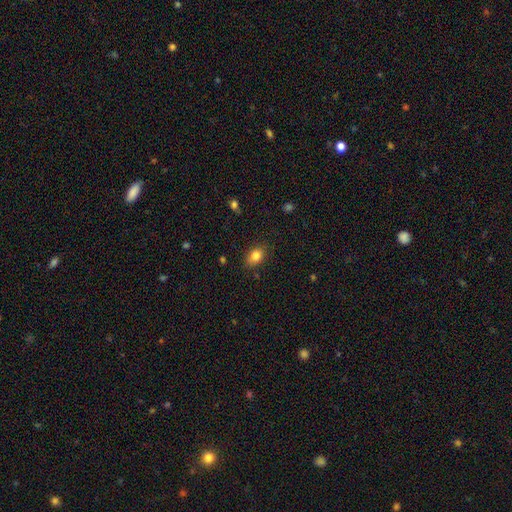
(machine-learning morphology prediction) Overall: smooth (83%). How rounded: in between (73%). Merging: none (81%).